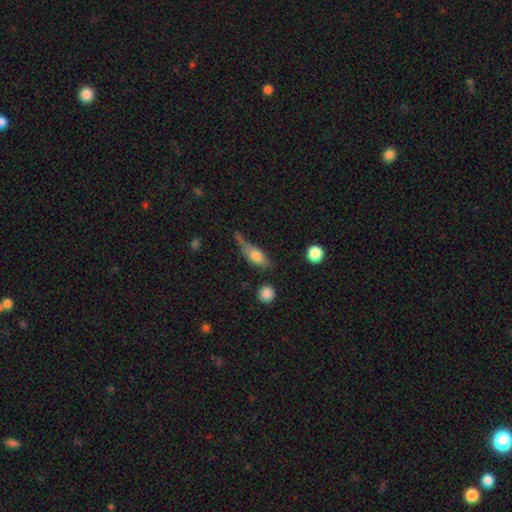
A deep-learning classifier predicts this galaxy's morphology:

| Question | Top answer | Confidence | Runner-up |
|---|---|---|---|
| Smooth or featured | smooth | 60% | featured or disk (31%) |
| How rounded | in between | 61% | cigar-shaped (31%) |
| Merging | none | 38% | minor disturbance (33%) |